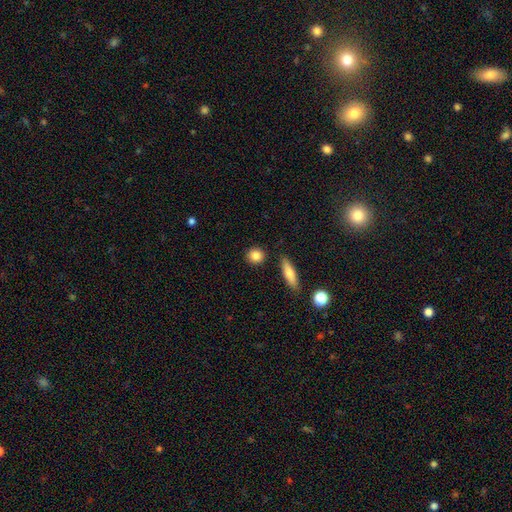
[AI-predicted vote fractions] A smooth galaxy with no disk features (84%) that is round (82%).

Vote fractions:
- Smooth or featured? smooth: 84% / star or artifact: 8% / featured or disk: 8%
- How rounded? round: 82% / in between: 15% / cigar-shaped: 3%
- Merging? none: 87% / minor disturbance: 7% / merger: 3% / major disturbance: 2%